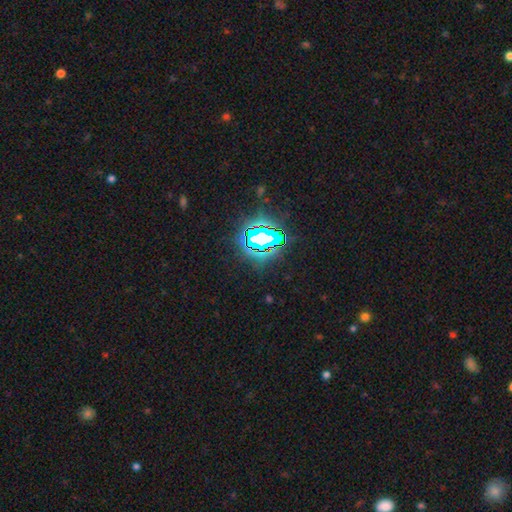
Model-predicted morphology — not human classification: The model was most divided on "smooth or featured": star or artifact: 85%, smooth: 9%, featured or disk: 6%.